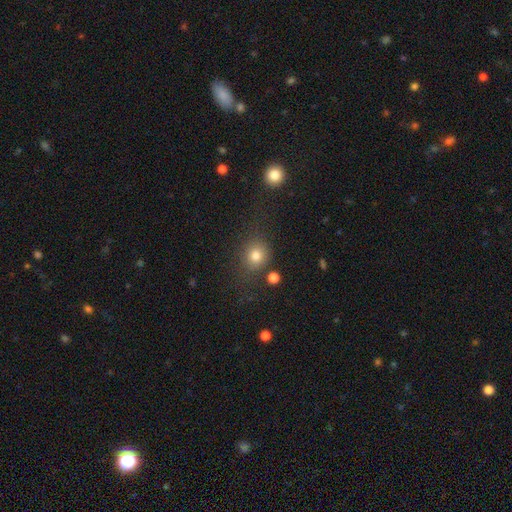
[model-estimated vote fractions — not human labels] Smooth or featured?
  - smooth: 79% *
  - star or artifact: 14%
  - featured or disk: 8%
How rounded?
  - round: 78% *
  - in between: 21%
  - cigar-shaped: 1%
Merging?
  - none: 71% *
  - minor disturbance: 14%
  - major disturbance: 8%
  - merger: 7%